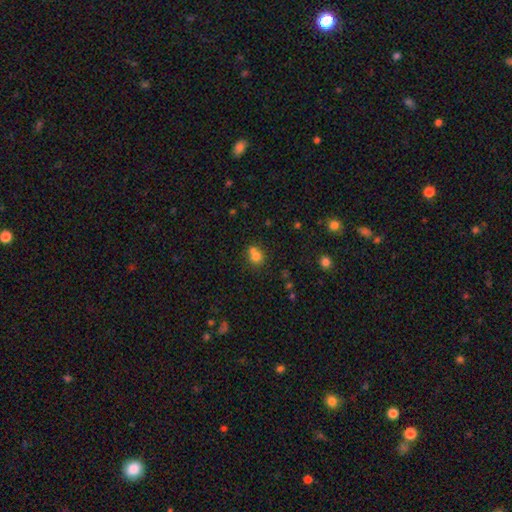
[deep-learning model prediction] A smooth galaxy with no disk features (75%) that is round (77%). Merging: merger (45%).